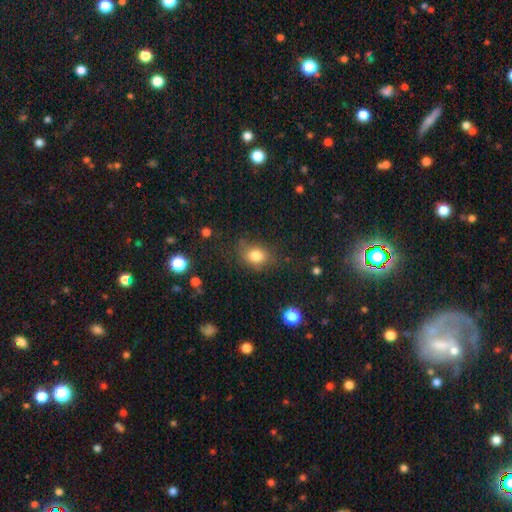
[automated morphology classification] Smooth or featured? smooth (79%)
How rounded? in between (62%)
Merging? none (68%)